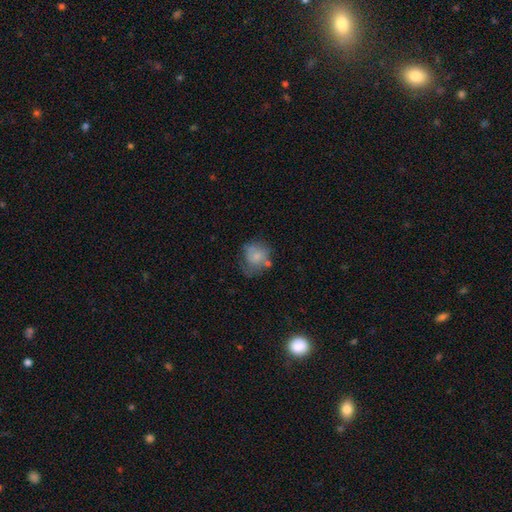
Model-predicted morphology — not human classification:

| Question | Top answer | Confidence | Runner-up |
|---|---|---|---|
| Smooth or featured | smooth | 65% | featured or disk (26%) |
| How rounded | round | 69% | in between (31%) |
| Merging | none | 39% | minor disturbance (30%) |